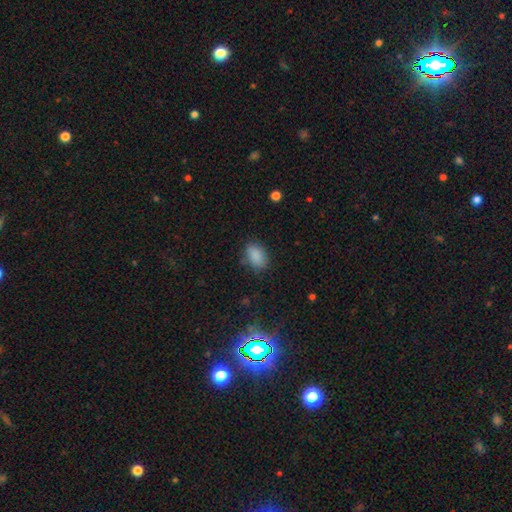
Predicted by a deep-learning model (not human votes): Q: Smooth or featured?
A: smooth (87%); runner-up: star or artifact (9%)
Q: How rounded?
A: in between (85%); runner-up: round (13%)
Q: Merging?
A: none (79%); runner-up: minor disturbance (15%)